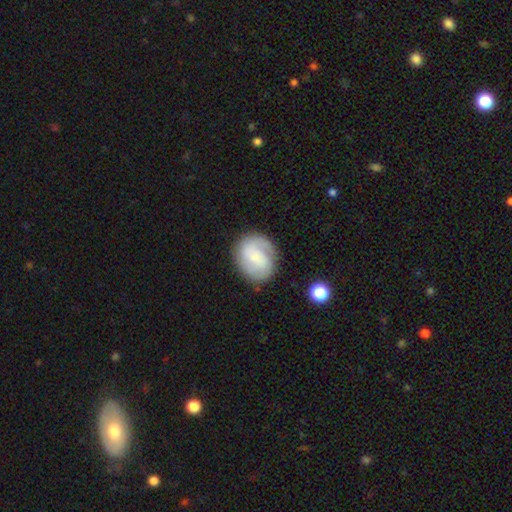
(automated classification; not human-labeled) A featured or disk galaxy (60%) with a weak bar (46%), 2 (71%) medium (44%) spiral arms (90%) and a small central bulge (54%).

Vote fractions:
- Smooth or featured? featured or disk: 60% / smooth: 33% / star or artifact: 7%
- Edge-on disk? no: 98% / yes: 2%
- Bar? weak: 46% / no: 41% / strong: 13%
- Spiral arms? yes: 90% / no: 10%
- Spiral winding? medium: 44% / tight: 36% / loose: 20%
- Spiral arm count? 2: 71% / can't tell: 13% / 1: 7% / 3: 6% / 4: 2% / more than 4: 2%
- Bulge size? small: 54% / moderate: 22% / none: 18% / large: 5% / dominant: 2%
- Merging? none: 77% / minor disturbance: 15% / major disturbance: 6% / merger: 2%